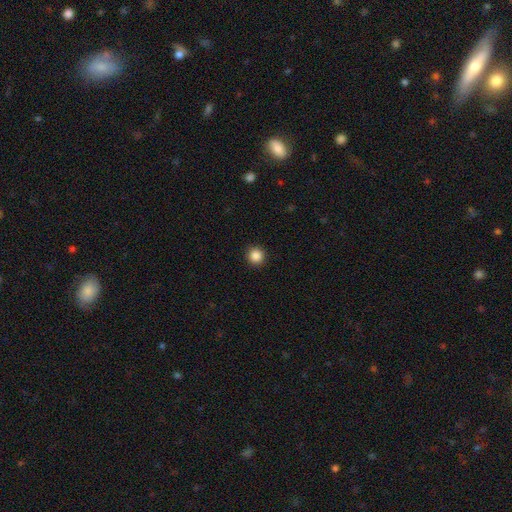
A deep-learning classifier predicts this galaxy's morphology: smooth_or_featured: smooth (p=0.86) [alt: star or artifact p=0.10]
how_rounded: round (p=0.95) [alt: in between p=0.04]
merging: none (p=0.93) [alt: minor disturbance p=0.04]